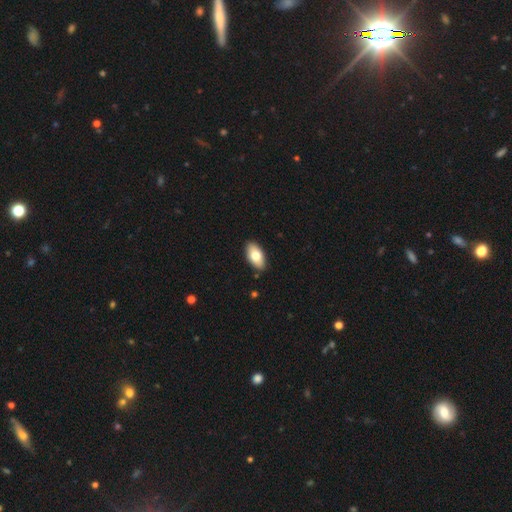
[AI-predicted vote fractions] Smooth or featured? Predicted: smooth (p=0.76). How rounded? Predicted: in between (p=0.94). Merging? Predicted: none (p=0.89).